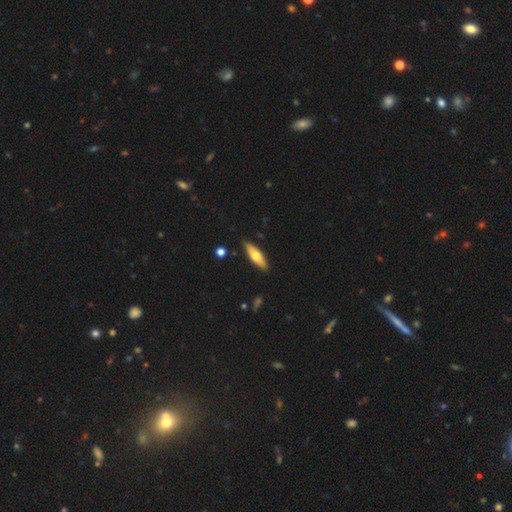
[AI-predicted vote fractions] smooth_or_featured: smooth (p=0.57) [alt: featured or disk p=0.37]
how_rounded: cigar-shaped (p=0.54) [alt: in between p=0.43]
merging: none (p=0.88) [alt: minor disturbance p=0.08]